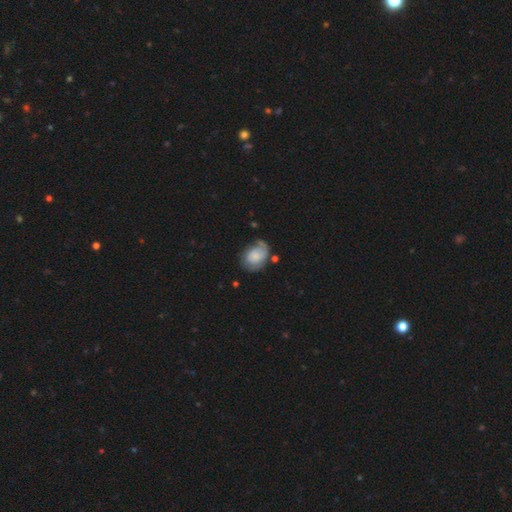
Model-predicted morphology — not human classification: type=smooth (55%); roundness=in between (66%); merging=none (47%).